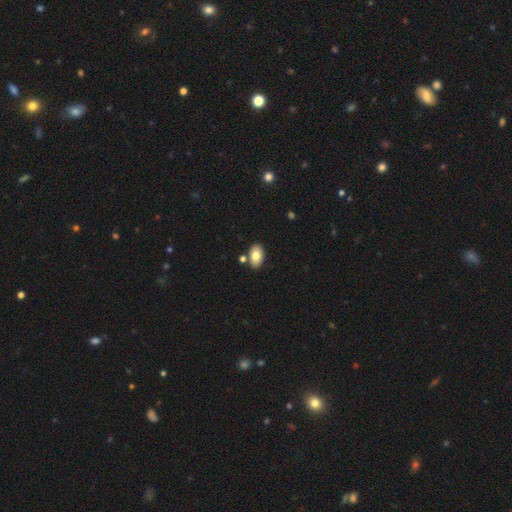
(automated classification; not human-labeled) smooth_or_featured: smooth (p=0.78) [alt: featured or disk p=0.14]
how_rounded: in between (p=0.91) [alt: round p=0.08]
merging: none (p=0.79) [alt: minor disturbance p=0.10]